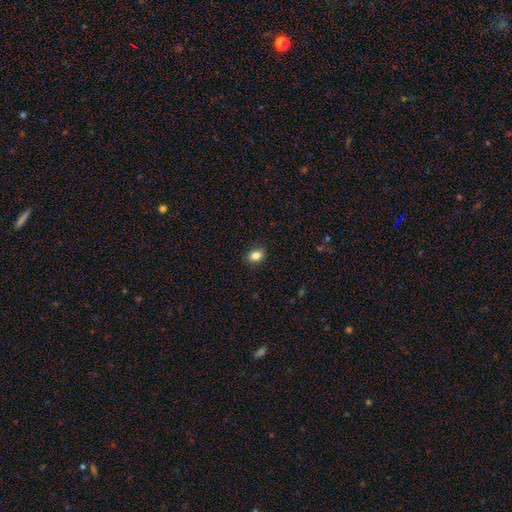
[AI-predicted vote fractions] smooth_or_featured: smooth (p=0.84) [alt: star or artifact p=0.10]
how_rounded: in between (p=0.63) [alt: round p=0.36]
merging: none (p=0.87) [alt: minor disturbance p=0.10]